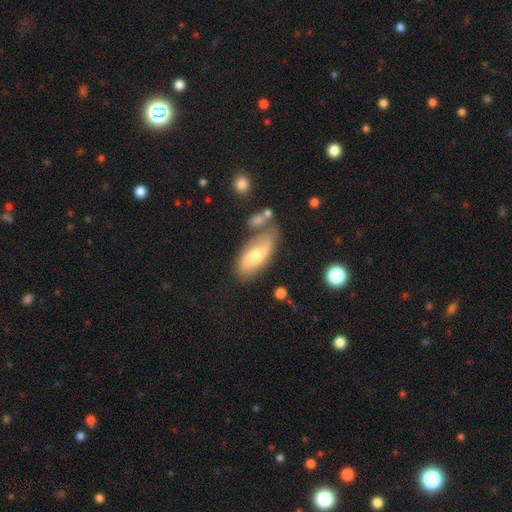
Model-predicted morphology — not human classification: This appears to be a smooth galaxy with no disk features (51%) that is in between round and cigar-shaped (84%). Merging: none (56%).